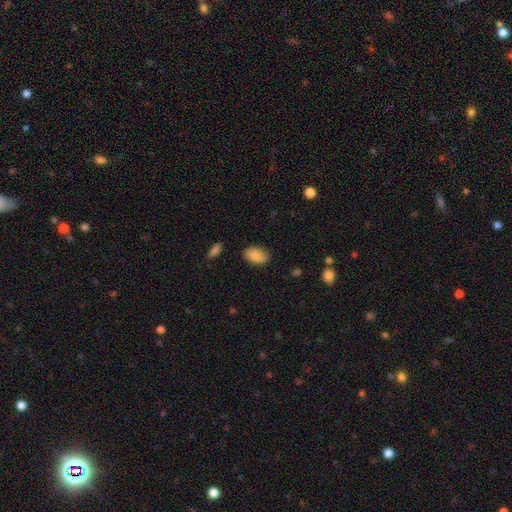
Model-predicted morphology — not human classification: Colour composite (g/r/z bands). It shows a smooth galaxy with no disk features (88%) that is in between round and cigar-shaped (92%). Merging: none (82%).